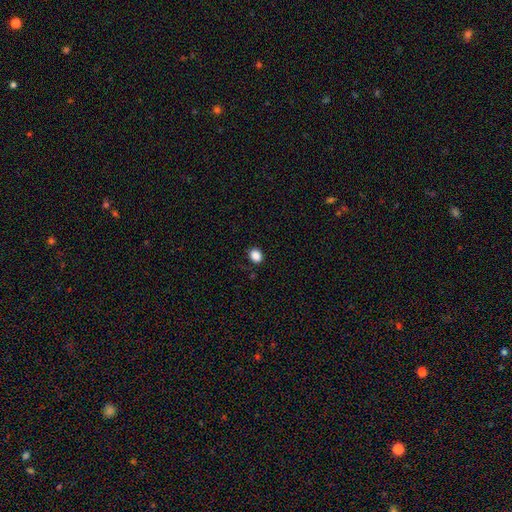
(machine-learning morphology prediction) Overall: smooth (87%). How rounded: round (51%; in between 48%). Merging: none (85%).